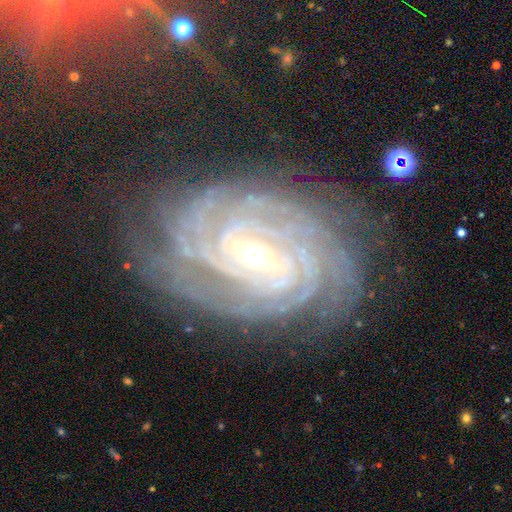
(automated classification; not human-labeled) A featured or disk galaxy (91%) with a weak bar (43%), 4 (24%) tight (84%) spiral arms (98%) and a moderate central bulge (49%). Merging: none (76%).